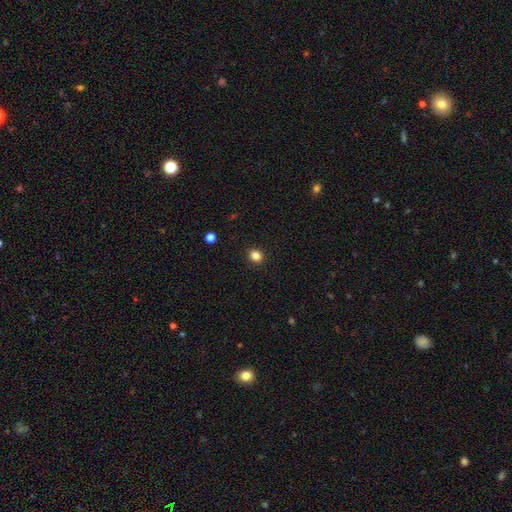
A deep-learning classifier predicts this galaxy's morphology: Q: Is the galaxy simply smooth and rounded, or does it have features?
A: smooth — 84%.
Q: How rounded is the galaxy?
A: round — 68%.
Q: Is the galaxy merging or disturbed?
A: none — 91%.